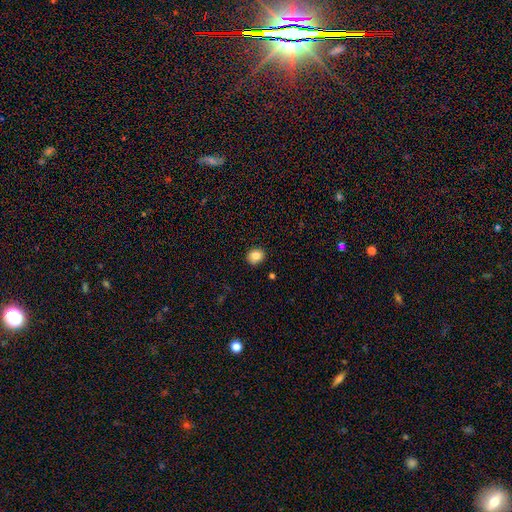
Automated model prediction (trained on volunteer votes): The model was most divided on "how rounded": round: 75%, in between: 24%, cigar-shaped: 1%. More confident: merging — none (85%); smooth or featured — smooth (85%).